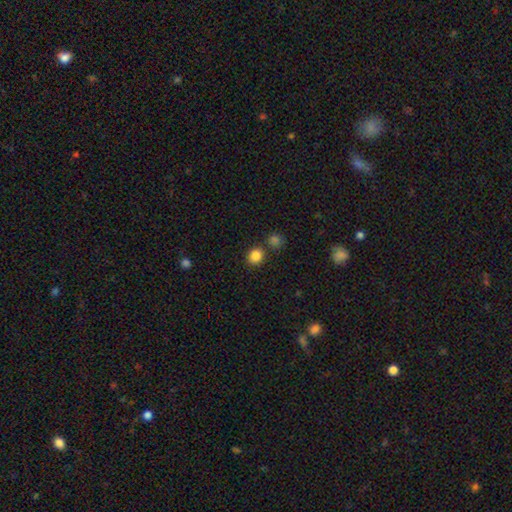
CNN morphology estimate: smooth_or_featured: smooth (p=0.85) [alt: star or artifact p=0.11]
how_rounded: round (p=0.75) [alt: in between p=0.24]
merging: none (p=0.80) [alt: merger p=0.09]